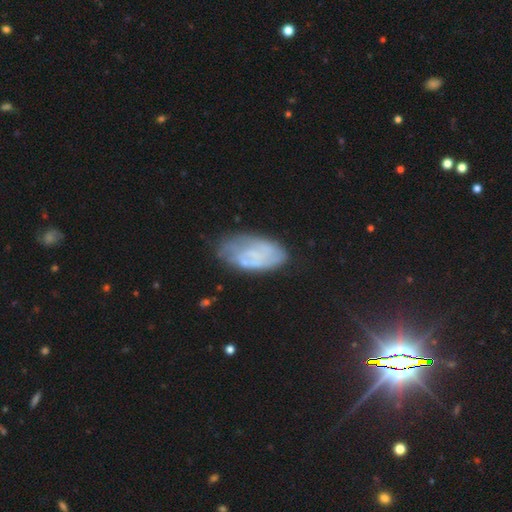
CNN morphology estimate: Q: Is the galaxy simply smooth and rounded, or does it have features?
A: featured or disk — 54%.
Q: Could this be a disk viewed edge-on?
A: no — 95%.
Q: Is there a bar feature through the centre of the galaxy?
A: no — 69%.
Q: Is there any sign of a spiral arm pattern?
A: yes — 58%.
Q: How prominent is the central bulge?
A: none — 53%.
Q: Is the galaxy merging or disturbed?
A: none — 58%.